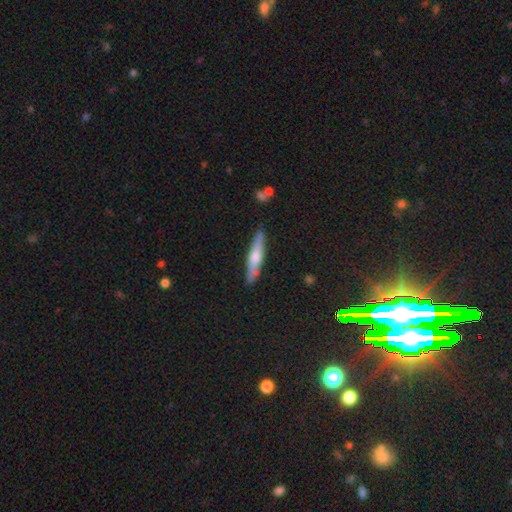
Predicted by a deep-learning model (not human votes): The model was most divided on "smooth or featured": featured or disk: 51%, smooth: 39%, star or artifact: 10%. More confident: edge-on disk — yes (91%); merging — none (88%).